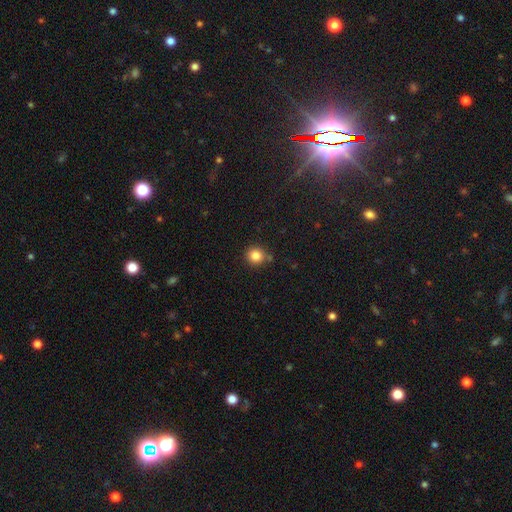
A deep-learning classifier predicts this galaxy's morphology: Smooth or featured: smooth — 84% (star or artifact — 11%)
How rounded: round — 90% (in between — 9%)
Merging: none — 80% (minor disturbance — 11%)